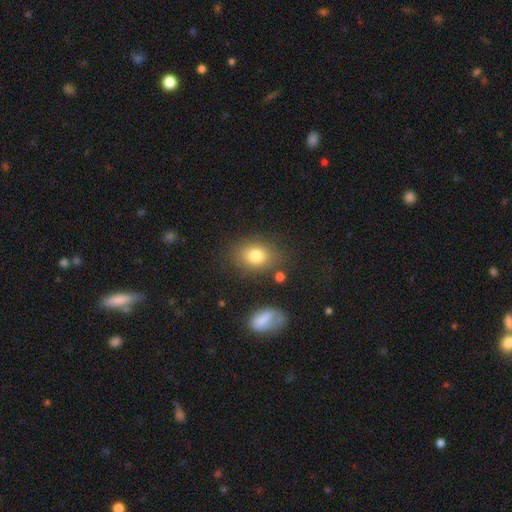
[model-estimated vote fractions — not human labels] smooth-or-featured: smooth: 79% | featured or disk: 11% | star or artifact: 10%
  how-rounded: in between: 64% | round: 34% | cigar-shaped: 1%
  merging: none: 76% | minor disturbance: 14% | major disturbance: 5% | merger: 5%